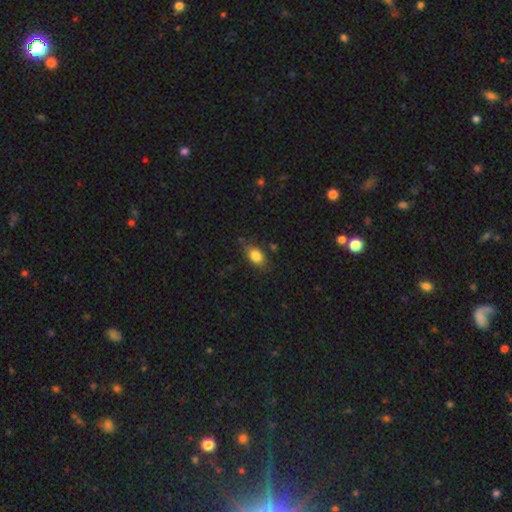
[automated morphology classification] A smooth galaxy with no disk features (82%) that is in between round and cigar-shaped (84%).

Vote fractions:
- Smooth or featured? smooth: 82% / featured or disk: 9% / star or artifact: 9%
- How rounded? in between: 84% / round: 13% / cigar-shaped: 3%
- Merging? none: 75% / minor disturbance: 19% / major disturbance: 4% / merger: 2%